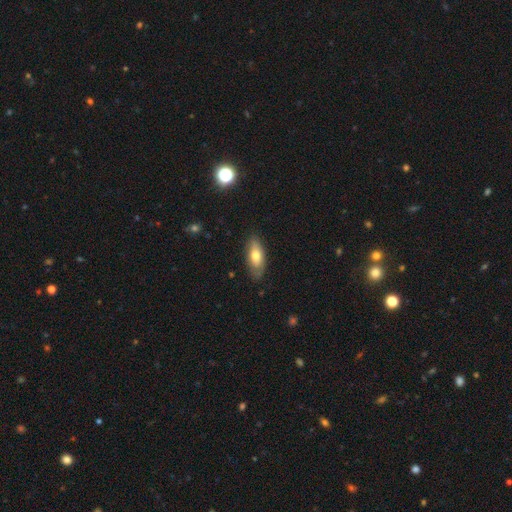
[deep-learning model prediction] A smooth galaxy with no disk features (66%) that is in between round and cigar-shaped (83%).

Vote fractions:
- Smooth or featured? smooth: 66% / featured or disk: 28% / star or artifact: 6%
- How rounded? in between: 83% / cigar-shaped: 14% / round: 3%
- Merging? none: 78% / minor disturbance: 17% / major disturbance: 3% / merger: 1%